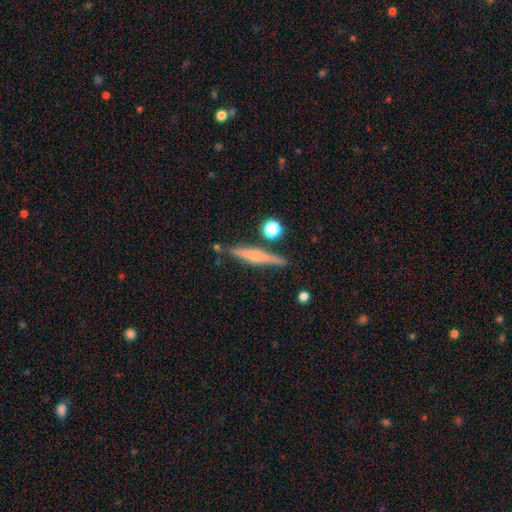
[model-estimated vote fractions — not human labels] A featured or disk galaxy (54%) viewed edge-on (96%) with a rounded central bulge (58%). Merging: none (82%).